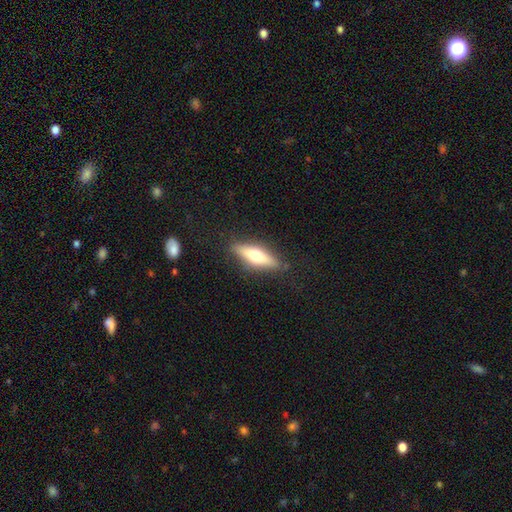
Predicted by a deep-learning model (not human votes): Smooth or featured?
  - smooth: 49% *
  - featured or disk: 45%
  - star or artifact: 6%
Merging?
  - none: 85% *
  - minor disturbance: 11%
  - major disturbance: 3%
  - merger: 1%